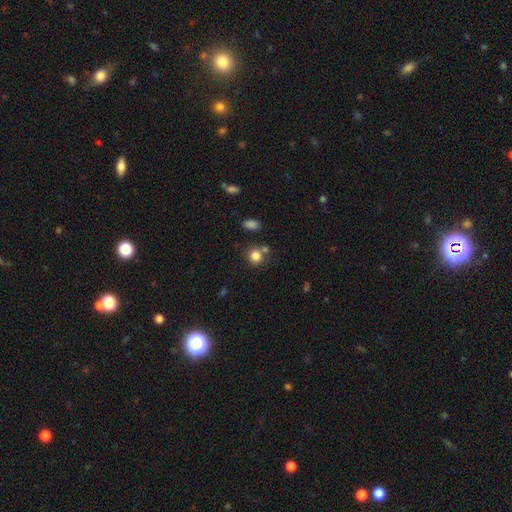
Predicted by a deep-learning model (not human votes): Smooth or featured? smooth (82%)
How rounded? round (81%)
Merging? none (65%)